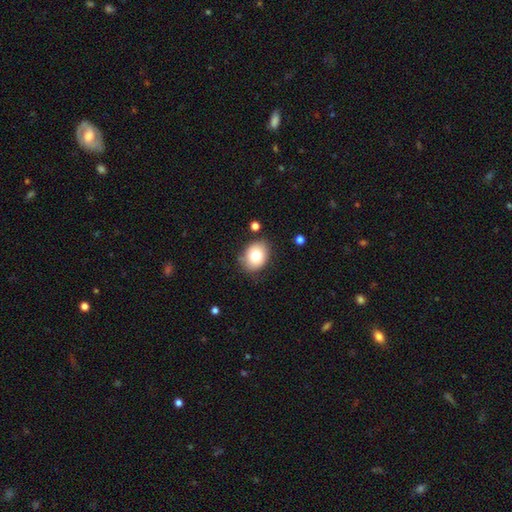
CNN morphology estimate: A smooth galaxy with no disk features (79%) that is in between round and cigar-shaped (56%). Merging: none (80%).